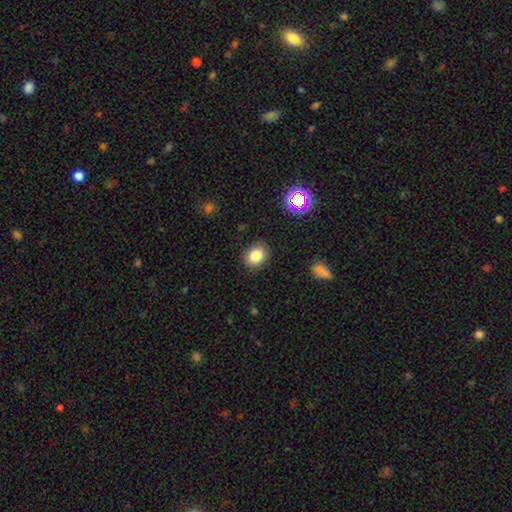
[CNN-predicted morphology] Smooth or featured? smooth (82%)
How rounded? in between (55%)
Merging? none (85%)